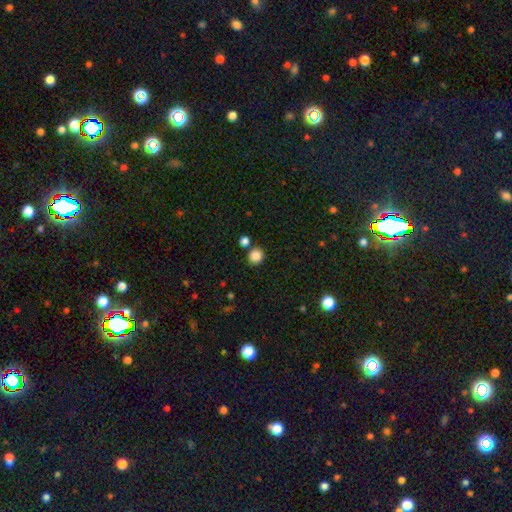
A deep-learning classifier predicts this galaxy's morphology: smooth 86%, star or artifact 10%, featured or disk 4%. Down the decision tree: how rounded — round (88%); merging — none (80%).